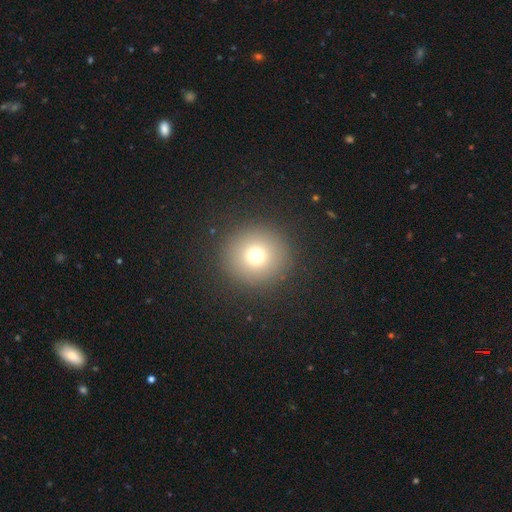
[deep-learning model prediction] A smooth galaxy with no disk features (74%) that is round (94%).

Vote fractions:
- Smooth or featured? smooth: 74% / star or artifact: 15% / featured or disk: 11%
- How rounded? round: 94% / in between: 5% / cigar-shaped: 1%
- Merging? none: 91% / minor disturbance: 5% / major disturbance: 3% / merger: 1%